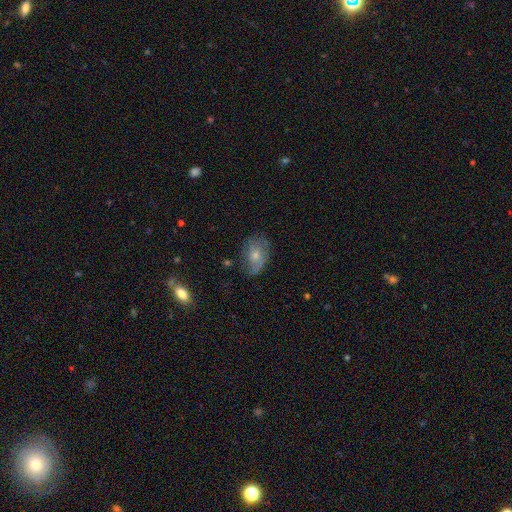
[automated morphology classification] Q: Smooth or featured?
A: smooth (58%); runner-up: featured or disk (34%)
Q: How rounded?
A: in between (84%); runner-up: round (14%)
Q: Merging?
A: none (51%); runner-up: minor disturbance (31%)